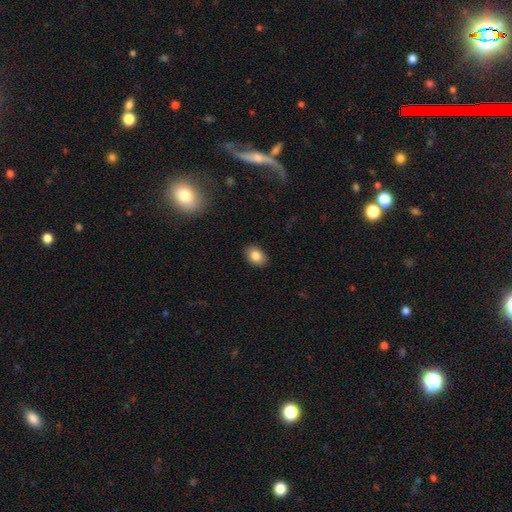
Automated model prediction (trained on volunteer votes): A smooth galaxy with no disk features (84%) that is in between round and cigar-shaped (79%). Merging: none (89%).